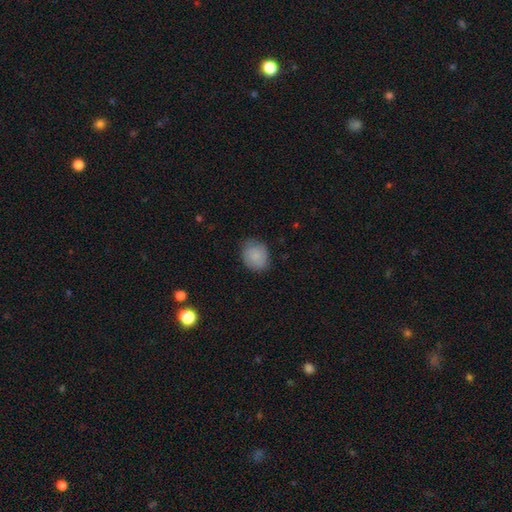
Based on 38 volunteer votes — Smooth or featured? smooth (92%)
How rounded? round (71%)
Merging? none (83%)